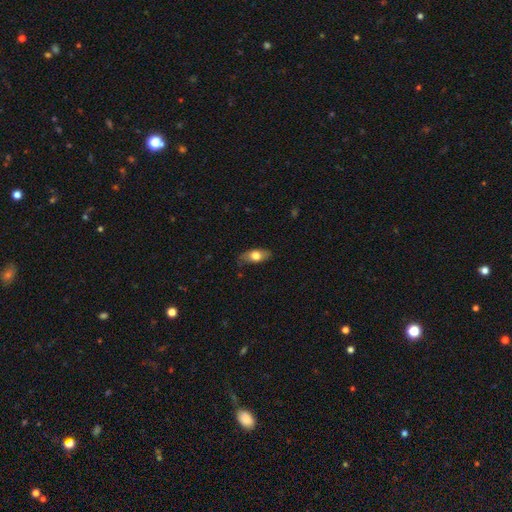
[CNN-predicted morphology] A smooth galaxy with no disk features (68%) that is in between round and cigar-shaped (82%).

Vote fractions:
- Smooth or featured? smooth: 68% / featured or disk: 26% / star or artifact: 7%
- How rounded? in between: 82% / cigar-shaped: 12% / round: 6%
- Merging? none: 75% / minor disturbance: 20% / major disturbance: 4% / merger: 1%